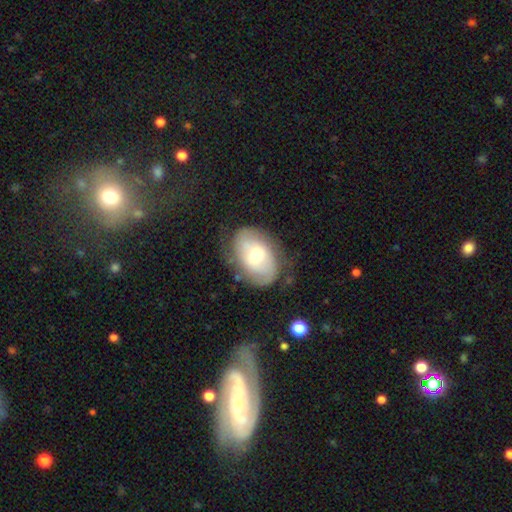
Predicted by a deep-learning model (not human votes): A featured or disk galaxy (51%). Merging: none (72%).